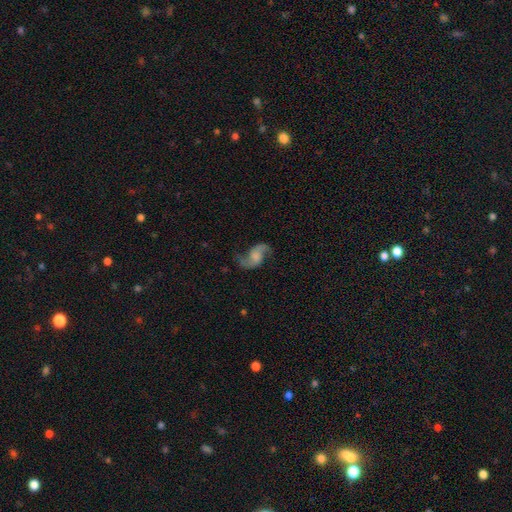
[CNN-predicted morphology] The model was most divided on "bulge size": none: 39%, moderate: 21%, small: 20%, large: 17%, dominant: 3%. More confident: edge-on disk — no (97%); spiral arms — yes (96%); spiral arm count — 2 (93%); smooth or featured — featured or disk (85%); merging — none (74%); spiral winding — loose (73%); bar — no (56%).